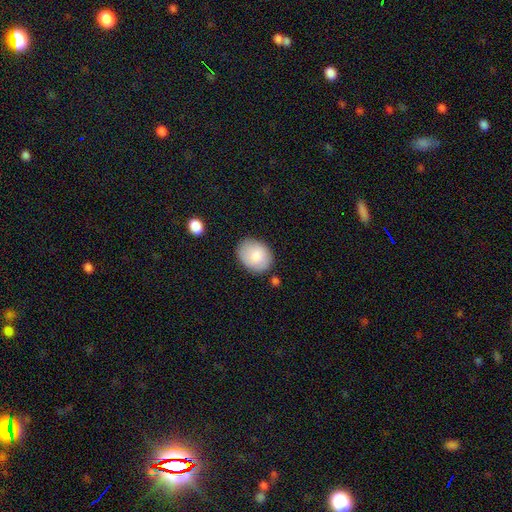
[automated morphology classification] Q: Smooth or featured?
A: smooth (84%); runner-up: featured or disk (9%)
Q: How rounded?
A: in between (63%); runner-up: round (36%)
Q: Merging?
A: none (78%); runner-up: minor disturbance (15%)